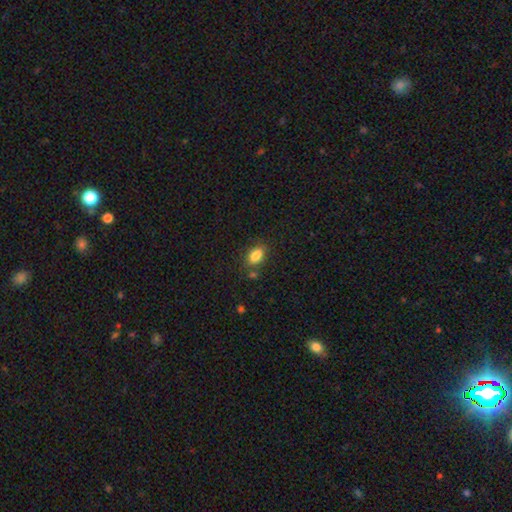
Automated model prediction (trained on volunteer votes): This appears to be a smooth galaxy with no disk features (85%) that is in between round and cigar-shaped (87%). Merging: none (74%).